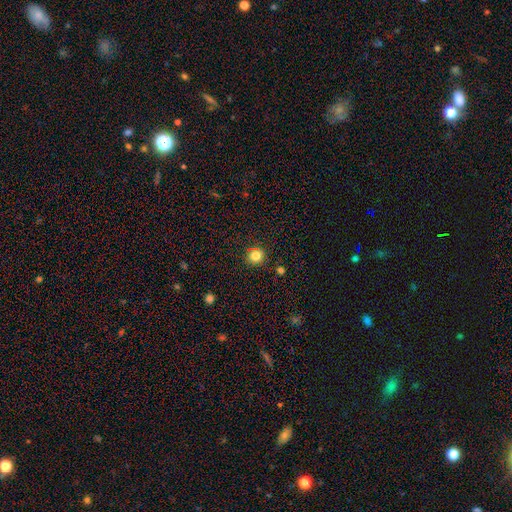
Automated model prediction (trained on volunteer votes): smooth_or_featured: smooth (p=0.81) [alt: star or artifact p=0.14]
how_rounded: round (p=0.93) [alt: in between p=0.06]
merging: none (p=0.88) [alt: minor disturbance p=0.07]